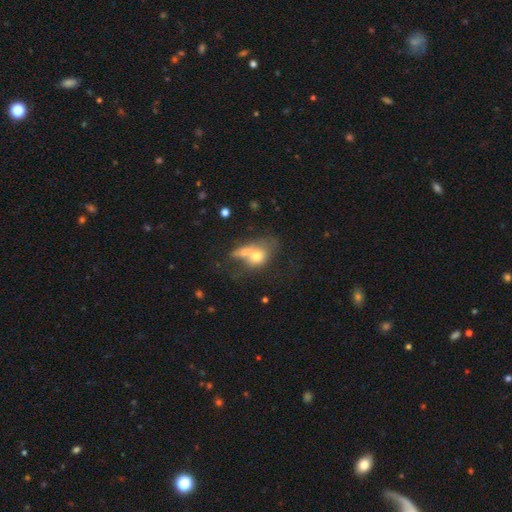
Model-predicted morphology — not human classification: smooth-or-featured: smooth: 63% | featured or disk: 27% | star or artifact: 11%
  how-rounded: in between: 57% | round: 40% | cigar-shaped: 3%
  merging: merger: 43% | none: 21% | major disturbance: 21% | minor disturbance: 15%